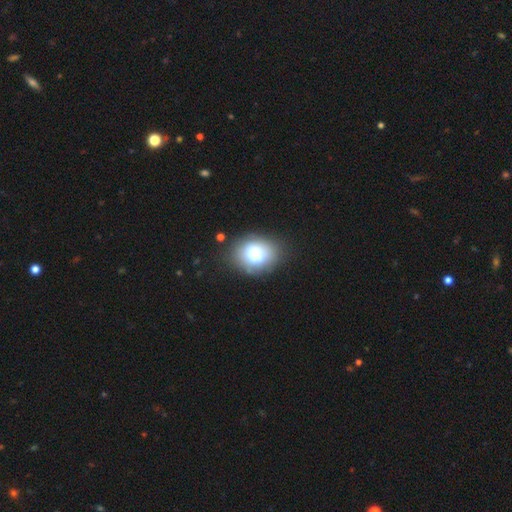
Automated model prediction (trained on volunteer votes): Overall: smooth (71%). How rounded: round (51%; in between 48%). Merging: none (76%).